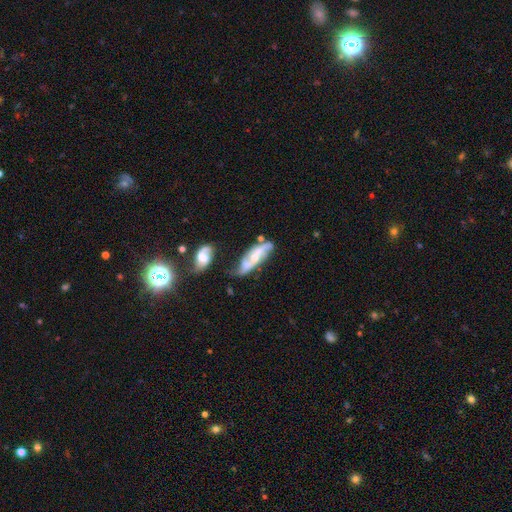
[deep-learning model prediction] A featured or disk galaxy (75%) with no bar (52%), 2 (82%) loose (47%) spiral arms (89%) and a moderate central bulge (47%).

Vote fractions:
- Smooth or featured? featured or disk: 75% / smooth: 19% / star or artifact: 6%
- Edge-on disk? no: 85% / yes: 15%
- Bar? no: 52% / weak: 36% / strong: 12%
- Spiral arms? yes: 89% / no: 11%
- Spiral winding? loose: 47% / medium: 38% / tight: 15%
- Spiral arm count? 2: 82% / can't tell: 9% / 3: 4% / 1: 2% / 4: 1% / more than 4: 1%
- Bulge size? moderate: 47% / small: 39% / none: 8% / large: 5% / dominant: 1%
- Merging? none: 46% / minor disturbance: 24% / merger: 18% / major disturbance: 12%